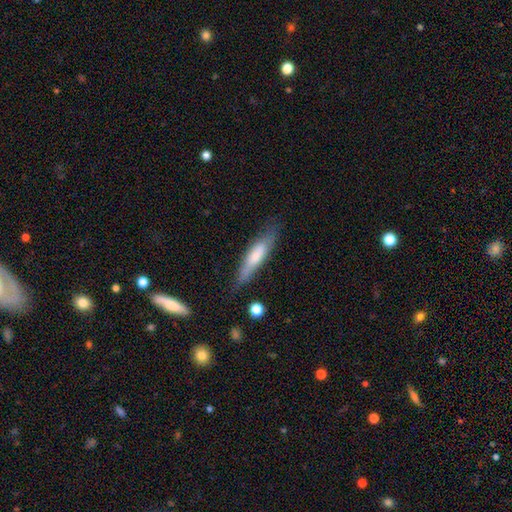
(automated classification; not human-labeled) Q: Smooth or featured?
A: smooth (57%); runner-up: featured or disk (36%)
Q: How rounded?
A: cigar-shaped (81%); runner-up: in between (18%)
Q: Merging?
A: none (72%); runner-up: minor disturbance (21%)